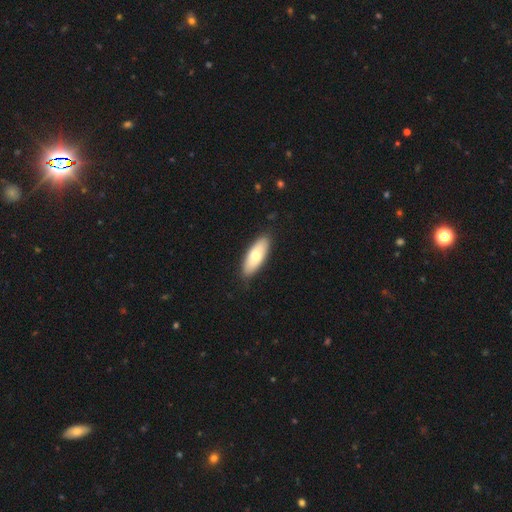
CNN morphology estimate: Smooth or featured?
  - smooth: 69% *
  - featured or disk: 26%
  - star or artifact: 5%
How rounded?
  - in between: 75% *
  - cigar-shaped: 23%
  - round: 2%
Merging?
  - none: 87% *
  - minor disturbance: 10%
  - major disturbance: 2%
  - merger: 1%